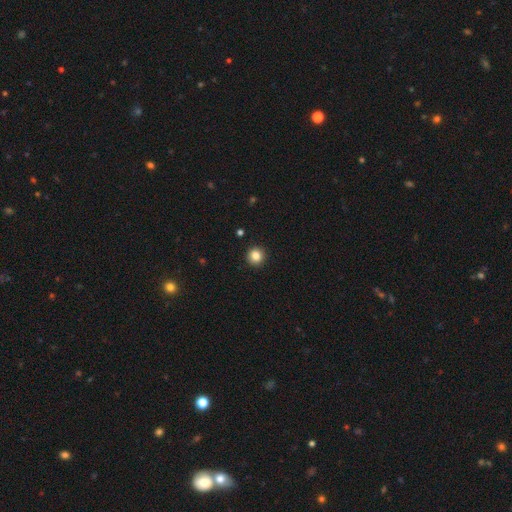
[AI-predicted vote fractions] This is clearly a smooth galaxy (84%). How rounded: clearly round (94%). Merging: clearly none (93%).